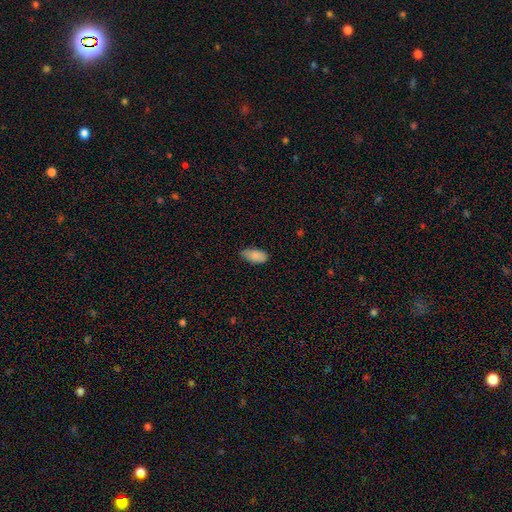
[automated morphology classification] A smooth galaxy with no disk features (88%) that is in between round and cigar-shaped (92%).

Vote fractions:
- Smooth or featured? smooth: 88% / star or artifact: 7% / featured or disk: 5%
- How rounded? in between: 92% / cigar-shaped: 6% / round: 2%
- Merging? none: 71% / minor disturbance: 24% / major disturbance: 3% / merger: 1%